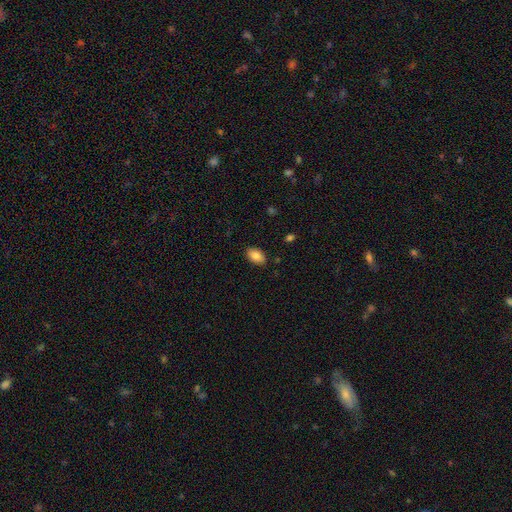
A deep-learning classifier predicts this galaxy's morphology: Overall: smooth (85%). How rounded: in between (92%). Merging: none (88%).